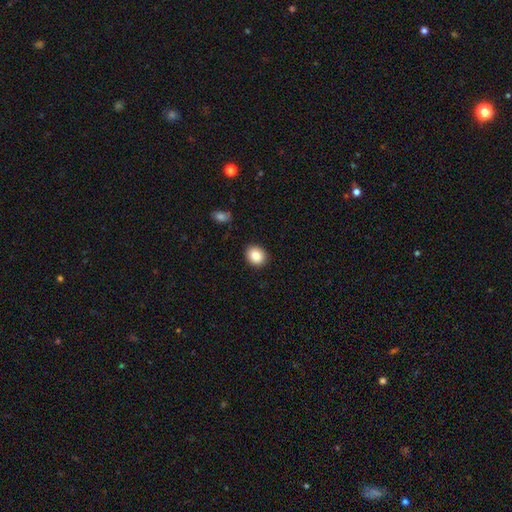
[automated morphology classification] Q: Smooth or featured?
A: smooth (85%); runner-up: star or artifact (9%)
Q: How rounded?
A: round (63%); runner-up: in between (36%)
Q: Merging?
A: none (91%); runner-up: minor disturbance (6%)